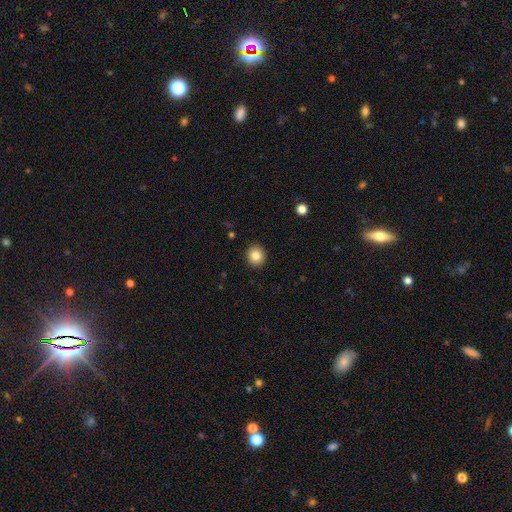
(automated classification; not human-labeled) smooth_or_featured: smooth (p=0.84) [alt: star or artifact p=0.10]
how_rounded: round (p=0.82) [alt: in between p=0.17]
merging: none (p=0.91) [alt: minor disturbance p=0.06]